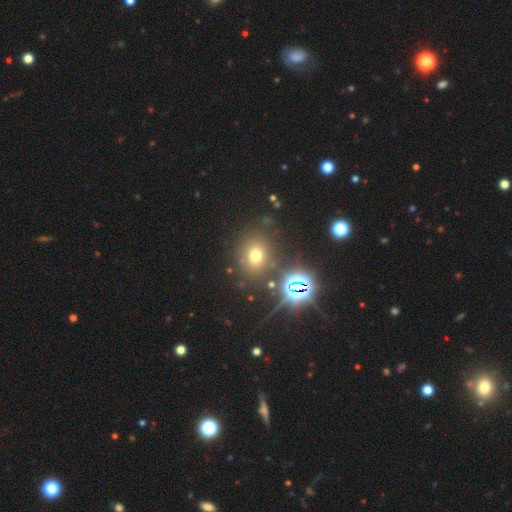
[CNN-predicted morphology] A smooth galaxy with no disk features (61%) that is round (68%). Merging: none (78%).